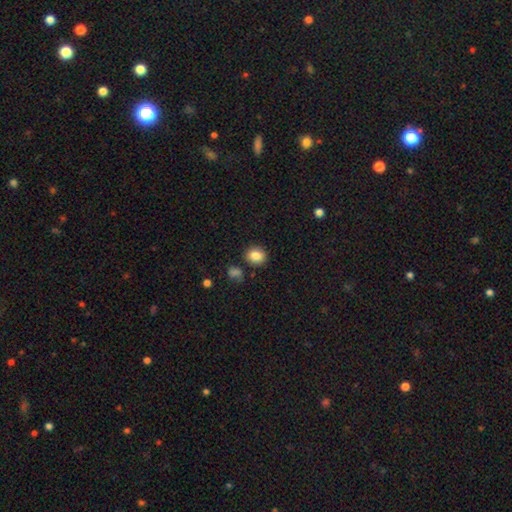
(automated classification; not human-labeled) Morphology: type=smooth (85%); roundness=round (69%); merging=none (84%).